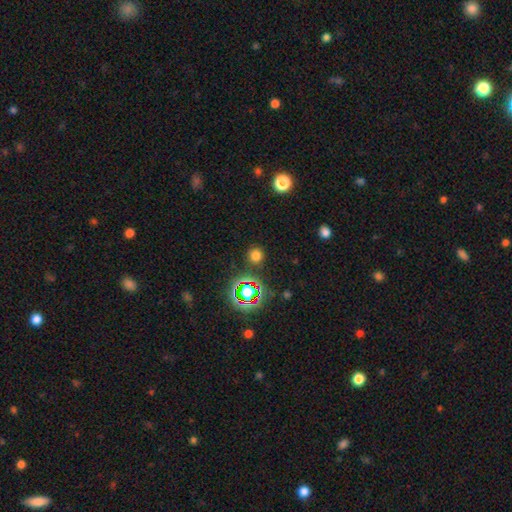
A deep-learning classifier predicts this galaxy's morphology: Smooth or featured?
  - smooth: 68% *
  - star or artifact: 26%
  - featured or disk: 6%
How rounded?
  - round: 93% *
  - in between: 6%
  - cigar-shaped: 1%
Merging?
  - none: 87% *
  - minor disturbance: 7%
  - major disturbance: 3%
  - merger: 3%